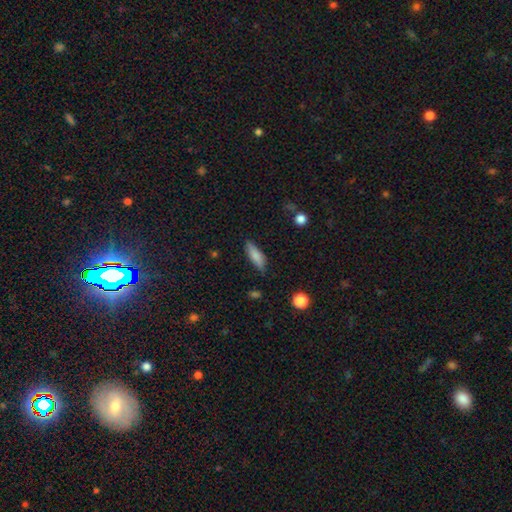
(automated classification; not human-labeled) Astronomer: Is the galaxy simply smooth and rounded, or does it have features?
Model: smooth — 81%.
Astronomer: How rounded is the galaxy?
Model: in between — 53% (runner-up: cigar-shaped, 45%).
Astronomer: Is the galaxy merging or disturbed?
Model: none — 79%.